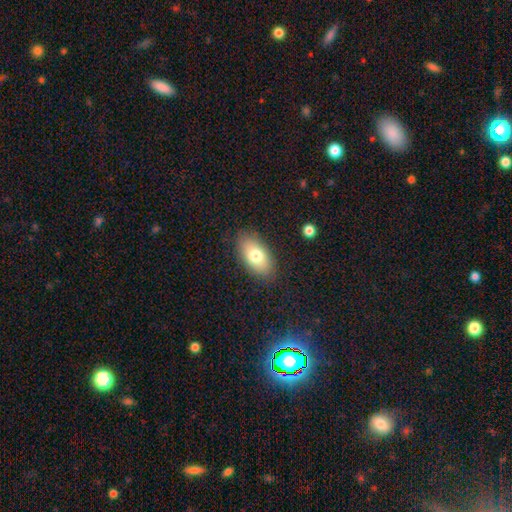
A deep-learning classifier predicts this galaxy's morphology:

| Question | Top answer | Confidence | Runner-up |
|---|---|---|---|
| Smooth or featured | smooth | 74% | featured or disk (19%) |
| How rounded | in between | 91% | round (5%) |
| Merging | none | 85% | minor disturbance (11%) |